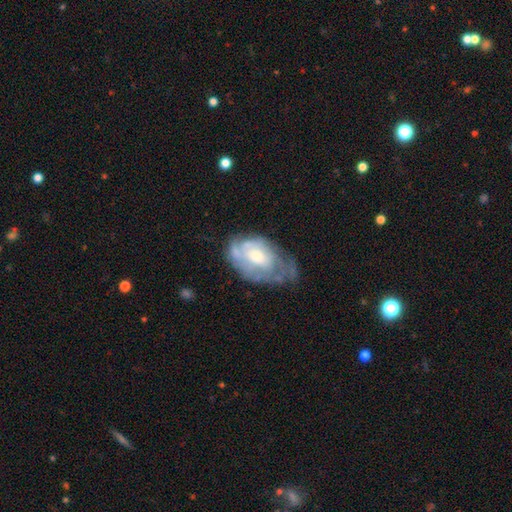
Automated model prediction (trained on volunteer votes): Smooth or featured? Predicted: featured or disk (p=0.62). Edge-on disk? Predicted: no (p=0.96). Bar? Predicted: no (p=0.77). Spiral arms? Predicted: yes (p=0.55). Bulge size? Predicted: moderate (p=0.58). Merging? Predicted: none (p=0.40).